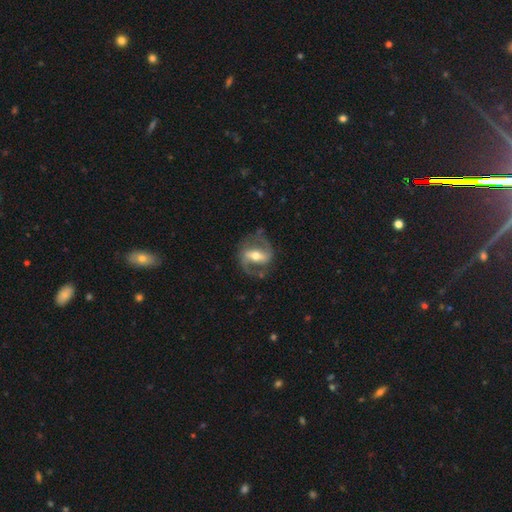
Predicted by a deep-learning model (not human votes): A featured or disk galaxy (83%) with a strong bar (57%), 2 (88%) medium (51%) spiral arms (89%) and a moderate central bulge (70%). Merging: none (72%).